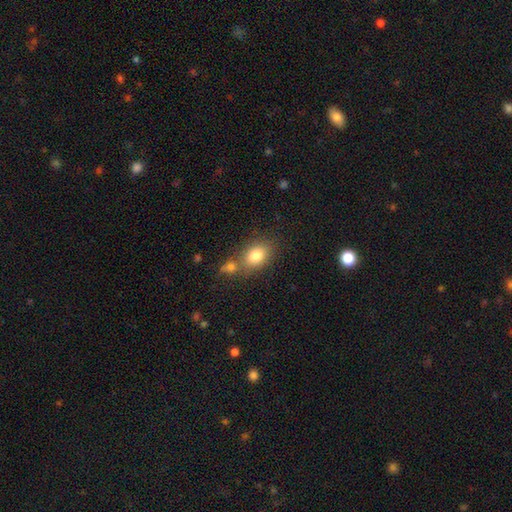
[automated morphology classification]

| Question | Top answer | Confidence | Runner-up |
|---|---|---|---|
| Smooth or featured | smooth | 81% | featured or disk (10%) |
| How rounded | in between | 73% | round (25%) |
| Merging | none | 56% | merger (27%) |